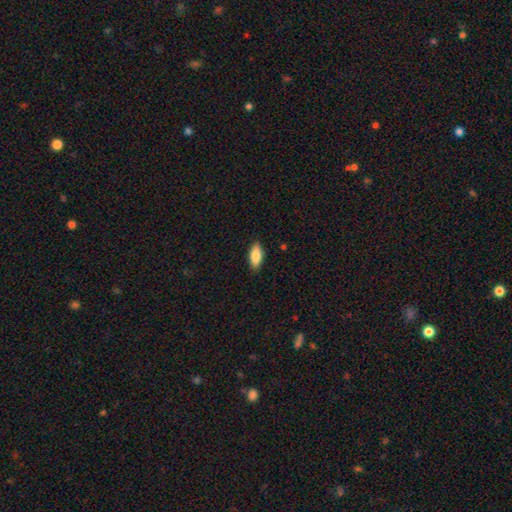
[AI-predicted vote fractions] Smooth or featured?
  - smooth: 84% *
  - featured or disk: 10%
  - star or artifact: 6%
How rounded?
  - in between: 84% *
  - cigar-shaped: 14%
  - round: 2%
Merging?
  - none: 88% *
  - minor disturbance: 9%
  - major disturbance: 2%
  - merger: 1%